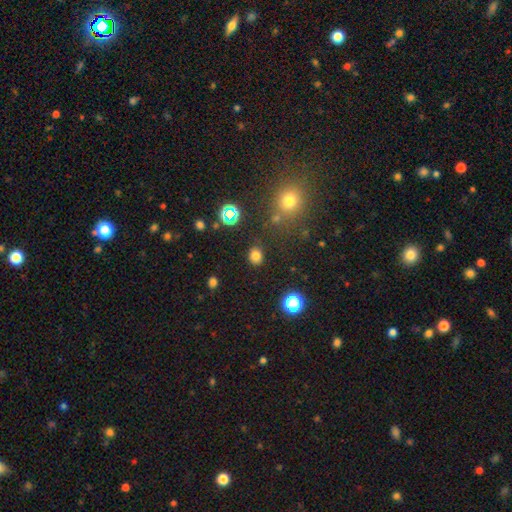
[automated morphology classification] Smooth or featured? smooth (77%)
How rounded? round (68%)
Merging? none (85%)